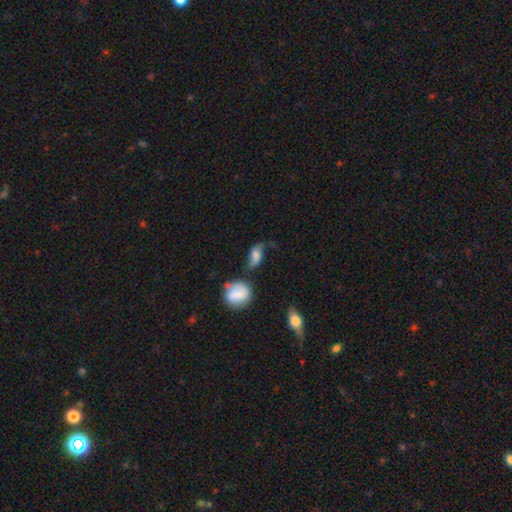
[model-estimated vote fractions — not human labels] Smooth or featured: smooth — 47% (featured or disk — 43%)
Merging: none — 41% (minor disturbance — 27%)